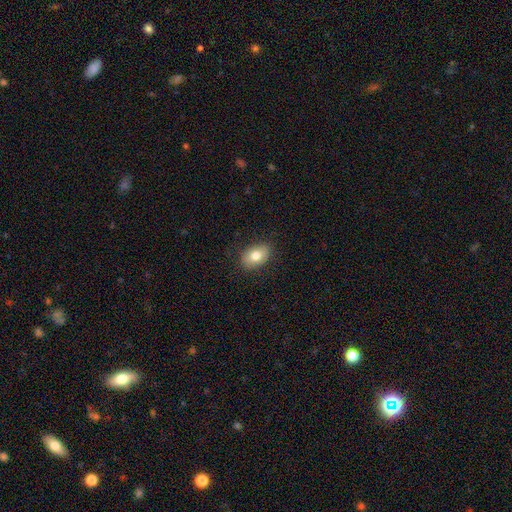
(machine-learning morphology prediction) Q: Smooth or featured?
A: smooth (78%); runner-up: featured or disk (14%)
Q: How rounded?
A: in between (84%); runner-up: round (15%)
Q: Merging?
A: none (87%); runner-up: minor disturbance (10%)